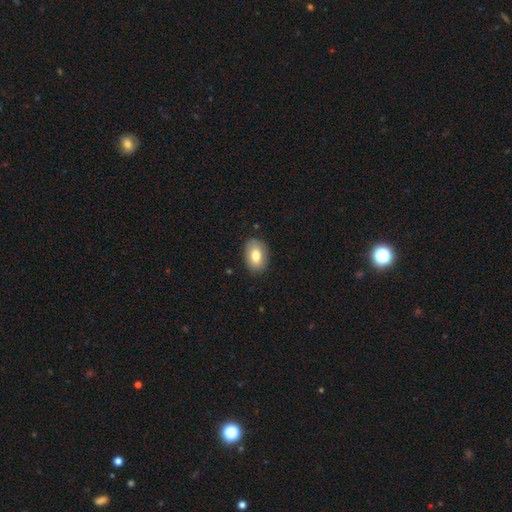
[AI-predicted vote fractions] Morphology: type=smooth (79%); roundness=in between (87%); merging=none (83%).